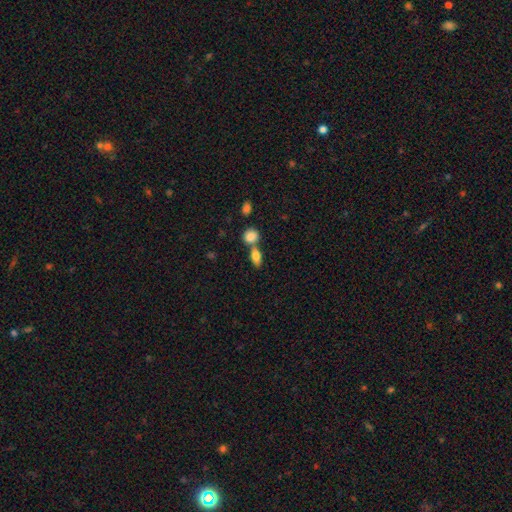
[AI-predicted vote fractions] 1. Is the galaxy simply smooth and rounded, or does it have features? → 81% smooth, 11% featured or disk, 8% star or artifact.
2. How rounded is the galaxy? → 80% in between, 13% round, 7% cigar-shaped.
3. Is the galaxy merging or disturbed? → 44% merger (tied), 44% none (tied), 9% minor disturbance, 3% major disturbance.